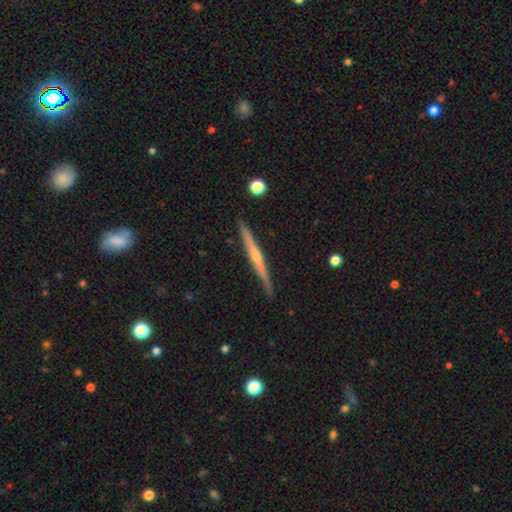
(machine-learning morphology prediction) Smooth or featured? Predicted: featured or disk (p=0.71). Edge-on disk? Predicted: yes (p=0.98). Edge-on bulge? Predicted: rounded (p=0.68). Merging? Predicted: none (p=0.90).